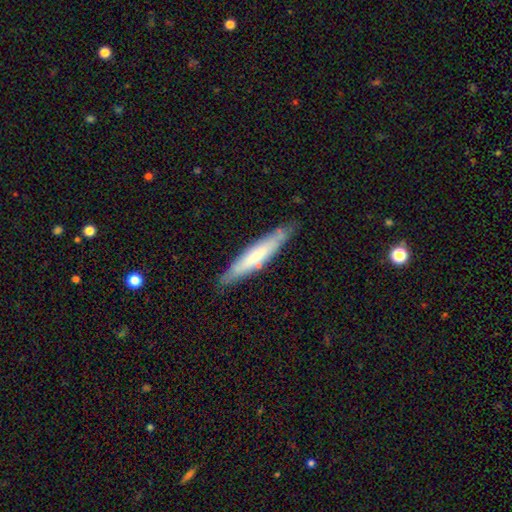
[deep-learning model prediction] Smooth or featured: smooth — 56% (featured or disk — 38%)
How rounded: cigar-shaped — 90% (in between — 9%)
Merging: none — 80% (minor disturbance — 15%)